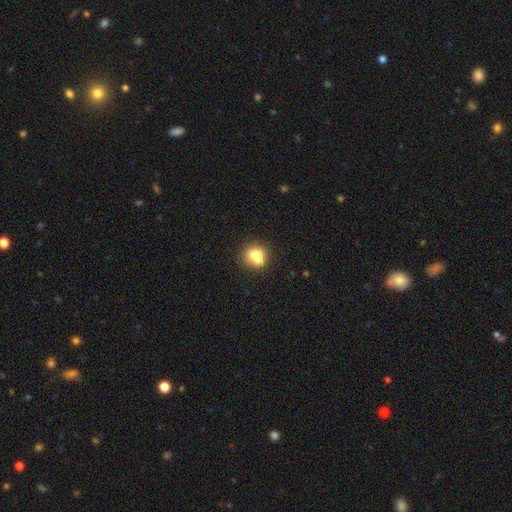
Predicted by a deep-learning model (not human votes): A smooth galaxy with no disk features (71%) that is round (82%).

Vote fractions:
- Smooth or featured? smooth: 71% / featured or disk: 19% / star or artifact: 10%
- How rounded? round: 82% / in between: 17% / cigar-shaped: 1%
- Merging? none: 47% / merger: 36% / minor disturbance: 12% / major disturbance: 4%